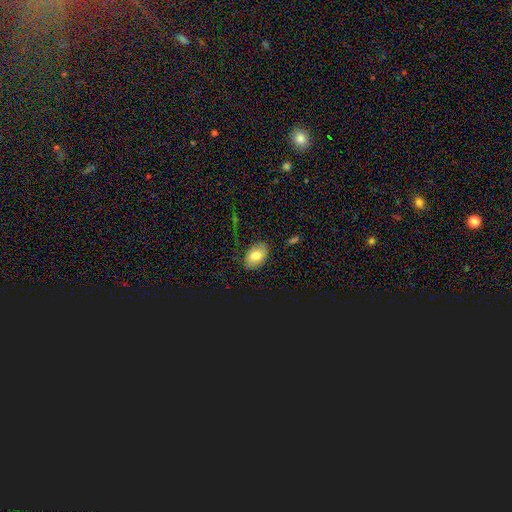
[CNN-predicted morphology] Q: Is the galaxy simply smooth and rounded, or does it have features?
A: smooth — 78%.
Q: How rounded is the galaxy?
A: in between — 87%.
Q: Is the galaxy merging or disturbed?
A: none — 81%.